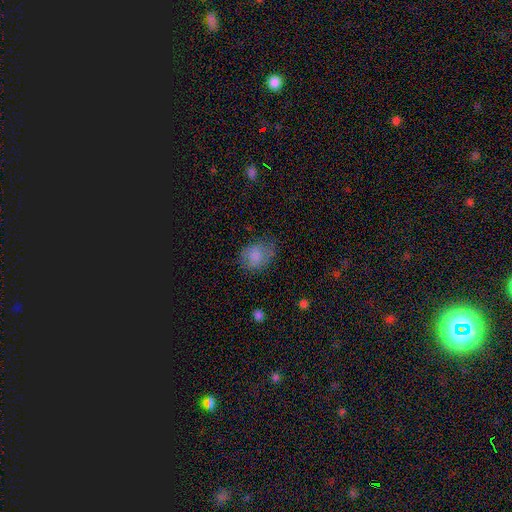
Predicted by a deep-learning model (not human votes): This is likely a smooth galaxy (78%). How rounded: possibly in between (54%). Merging: likely none (64%).